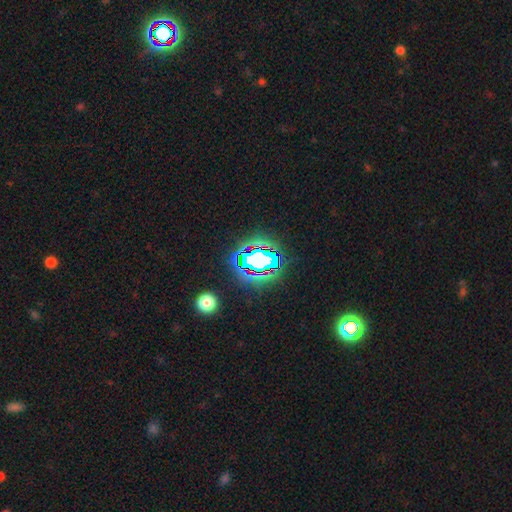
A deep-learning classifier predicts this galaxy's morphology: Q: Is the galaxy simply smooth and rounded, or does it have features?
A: star or artifact — 69%.